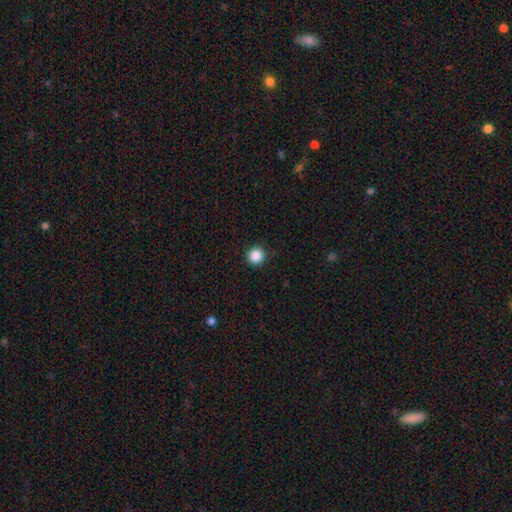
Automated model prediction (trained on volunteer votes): Smooth or featured: smooth — 87% (star or artifact — 10%)
How rounded: round — 94% (in between — 5%)
Merging: none — 92% (minor disturbance — 6%)